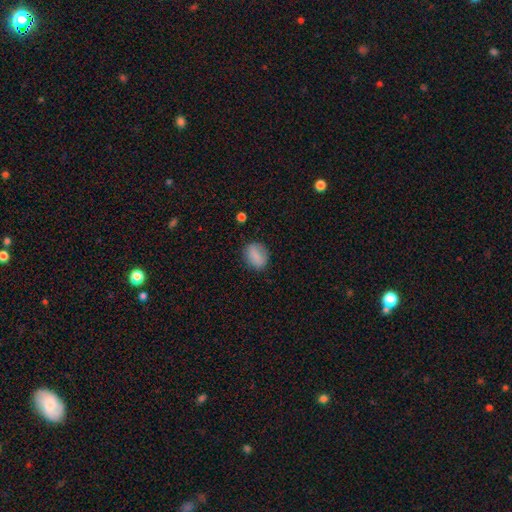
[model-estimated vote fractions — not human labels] smooth_or_featured: smooth (p=0.82) [alt: featured or disk p=0.10]
how_rounded: in between (p=0.62) [alt: round p=0.36]
merging: none (p=0.80) [alt: minor disturbance p=0.14]